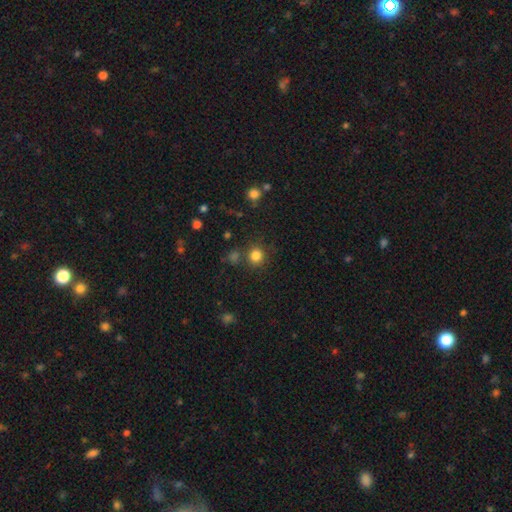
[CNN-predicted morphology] Overall: smooth (82%). How rounded: round (90%). Merging: none (80%).